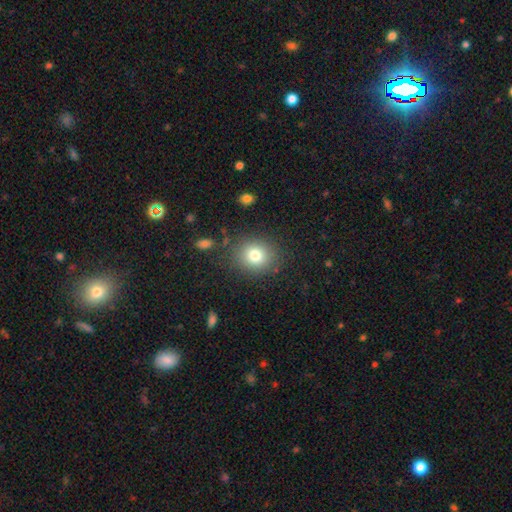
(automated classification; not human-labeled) Q: Smooth or featured?
A: smooth (75%); runner-up: star or artifact (17%)
Q: How rounded?
A: round (78%); runner-up: in between (21%)
Q: Merging?
A: none (88%); runner-up: minor disturbance (7%)